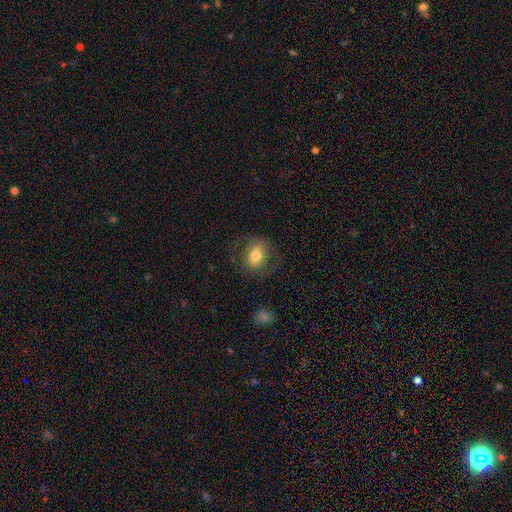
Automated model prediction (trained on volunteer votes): This appears to be a smooth galaxy with no disk features (65%) that is in between round and cigar-shaped (54%). Merging: none (73%).